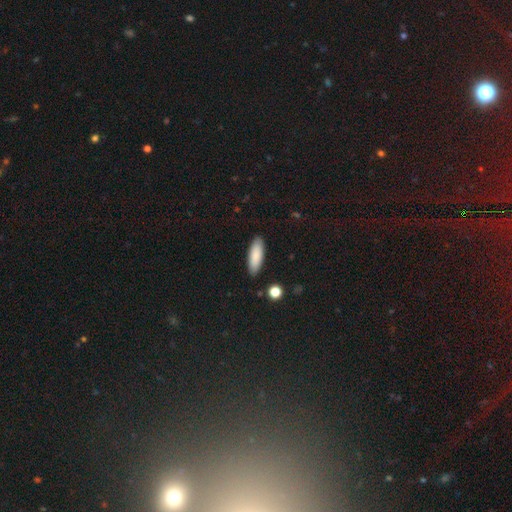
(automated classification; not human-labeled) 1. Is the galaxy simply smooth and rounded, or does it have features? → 86% smooth, 8% featured or disk, 6% star or artifact.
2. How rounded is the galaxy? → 64% in between, 35% cigar-shaped, 2% round.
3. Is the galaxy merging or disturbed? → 88% none, 9% minor disturbance, 2% major disturbance, 1% merger.